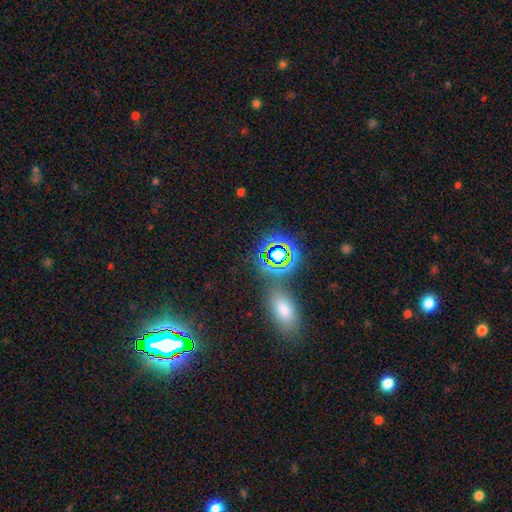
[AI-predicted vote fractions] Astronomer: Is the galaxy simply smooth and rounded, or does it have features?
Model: star or artifact — 60%.